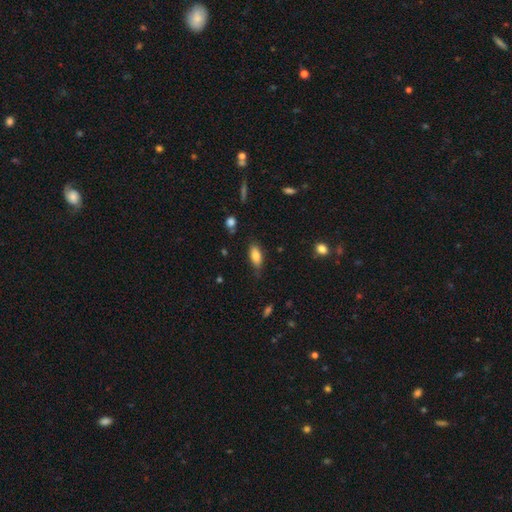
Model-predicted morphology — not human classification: smooth_or_featured: smooth (p=0.81) [alt: featured or disk p=0.12]
how_rounded: in between (p=0.82) [alt: cigar-shaped p=0.15]
merging: none (p=0.74) [alt: minor disturbance p=0.20]